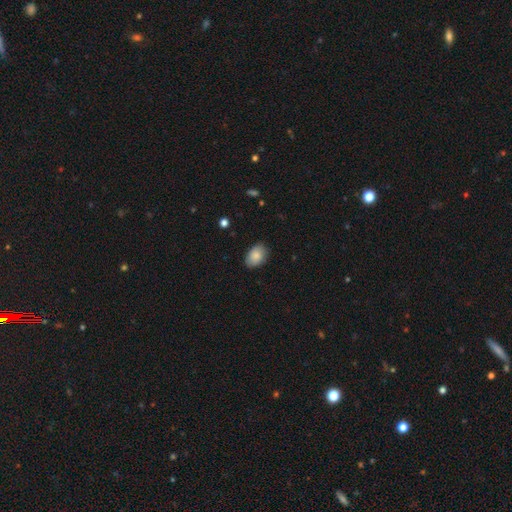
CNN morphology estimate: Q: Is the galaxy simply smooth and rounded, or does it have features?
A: smooth — 85%.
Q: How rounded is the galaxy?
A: in between — 83%.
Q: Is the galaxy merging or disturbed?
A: none — 83%.